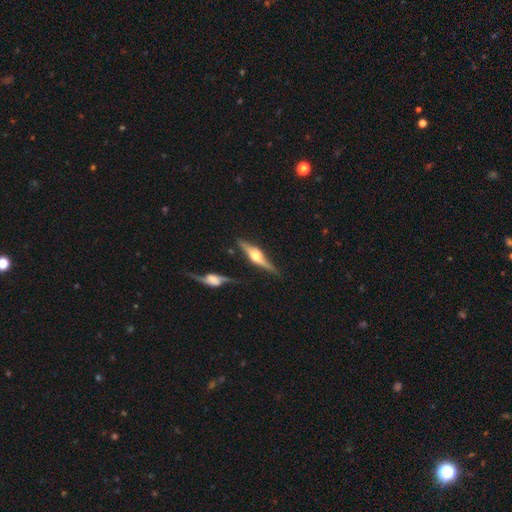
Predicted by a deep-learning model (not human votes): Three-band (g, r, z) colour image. It shows a featured or disk galaxy (80%) viewed edge-on (97%) with a rounded central bulge (93%). Merging: none (79%).